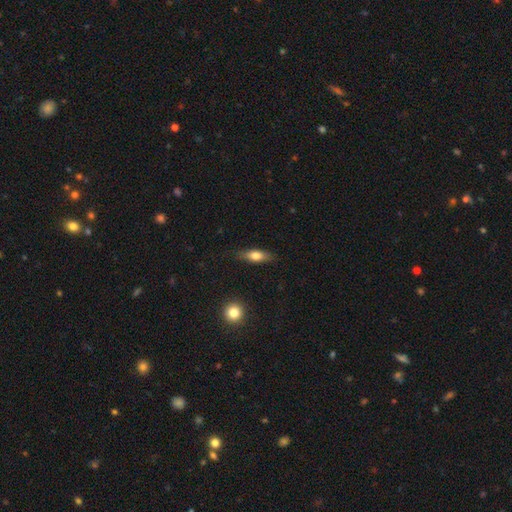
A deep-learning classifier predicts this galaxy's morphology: The model was most divided on "how rounded": in between: 59%, cigar-shaped: 37%, round: 4%. More confident: merging — none (81%); smooth or featured — smooth (69%).